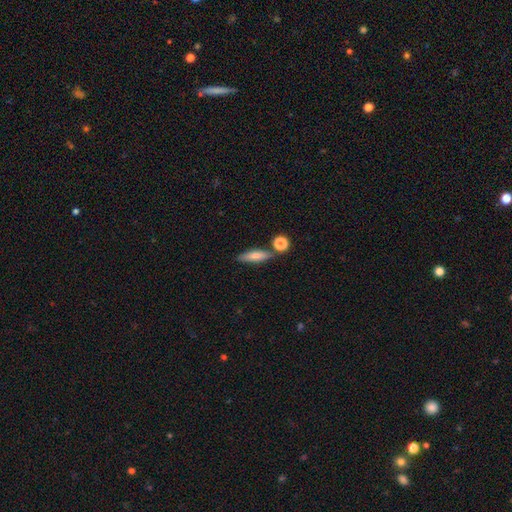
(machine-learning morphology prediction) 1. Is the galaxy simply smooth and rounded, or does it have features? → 74% smooth, 18% featured or disk, 7% star or artifact.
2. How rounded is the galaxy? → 62% cigar-shaped, 33% in between, 5% round.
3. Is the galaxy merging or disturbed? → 73% none, 12% minor disturbance, 11% merger, 3% major disturbance.